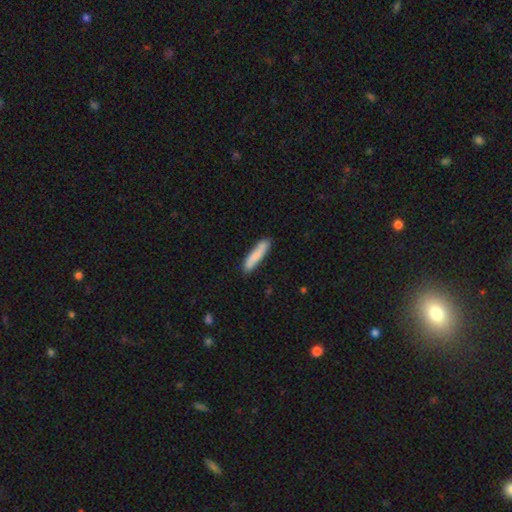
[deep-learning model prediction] This appears to be a smooth galaxy with no disk features (77%) that is cigar-shaped (86%). Merging: none (84%).